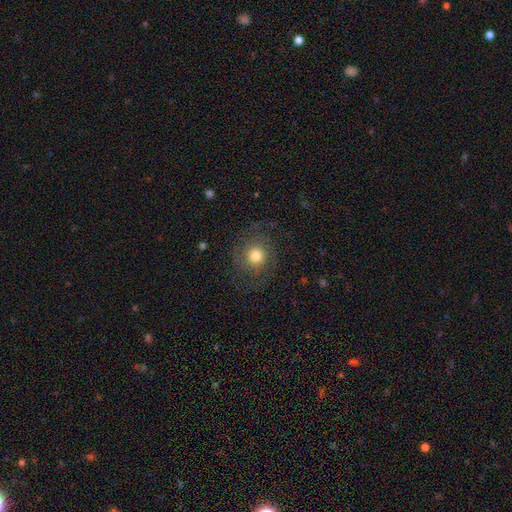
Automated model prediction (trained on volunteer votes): smooth-or-featured: smooth: 45% (tied) | featured or disk: 45% (tied) | star or artifact: 11%
  merging: none: 76% | minor disturbance: 13% | major disturbance: 10% | merger: 1%